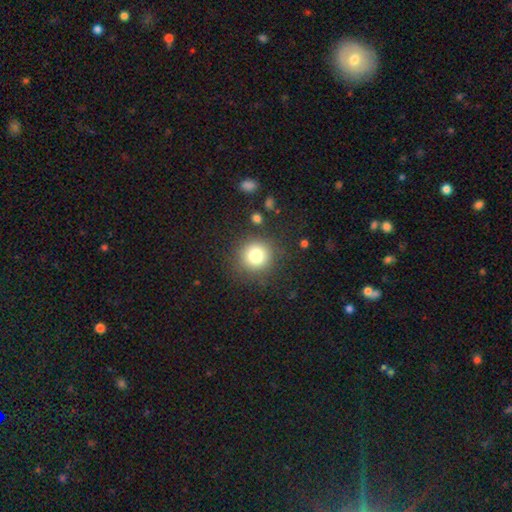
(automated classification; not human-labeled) Smooth or featured?
  - smooth: 79% *
  - star or artifact: 12%
  - featured or disk: 9%
How rounded?
  - round: 93% *
  - in between: 6%
  - cigar-shaped: 1%
Merging?
  - none: 86% *
  - minor disturbance: 8%
  - major disturbance: 4%
  - merger: 2%